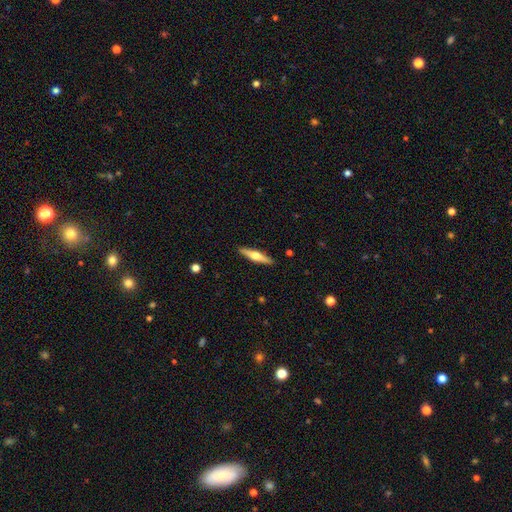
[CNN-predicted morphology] smooth_or_featured: featured or disk (p=0.57) [alt: smooth p=0.37]
disk_edge_on: yes (p=0.96) [alt: no p=0.04]
edge_on_bulge: rounded (p=0.94) [alt: boxy p=0.03]
merging: none (p=0.91) [alt: minor disturbance p=0.07]